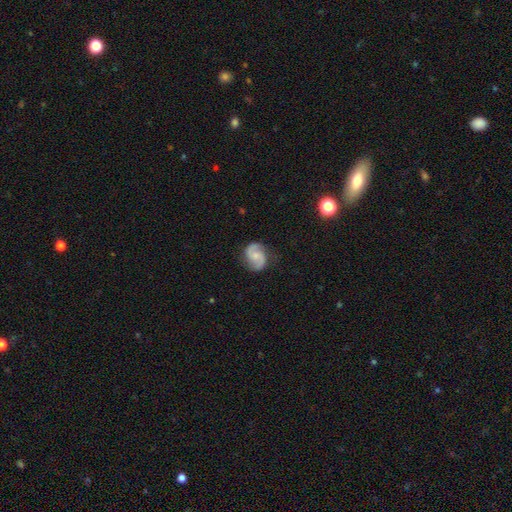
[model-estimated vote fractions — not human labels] Smooth or featured? featured or disk (82%)
Edge-on disk? no (98%)
Bar? no (57%)
Spiral arms? yes (97%)
Spiral winding? medium (51%)
Spiral arm count? 2 (93%)
Bulge size? small (50%)
Merging? none (82%)